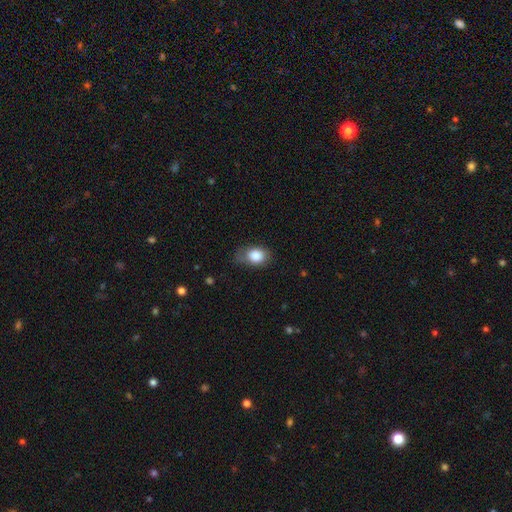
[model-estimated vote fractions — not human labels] Smooth or featured: smooth — 84% (featured or disk — 9%)
How rounded: in between — 74% (round — 25%)
Merging: none — 56% (minor disturbance — 30%)